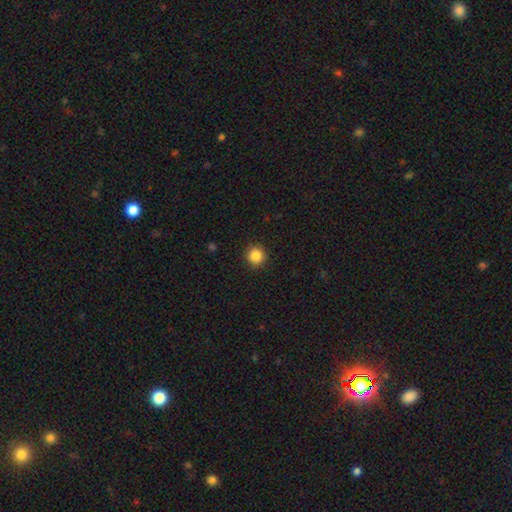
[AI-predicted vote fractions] This is clearly a smooth galaxy (86%). How rounded: clearly round (94%). Merging: clearly none (92%).